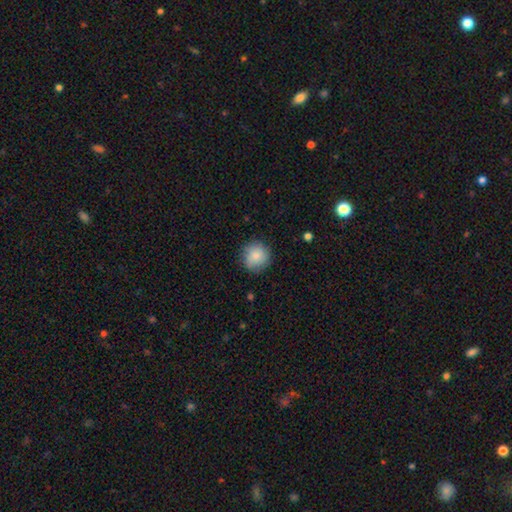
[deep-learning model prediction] Smooth or featured? smooth (84%)
How rounded? round (93%)
Merging? none (84%)